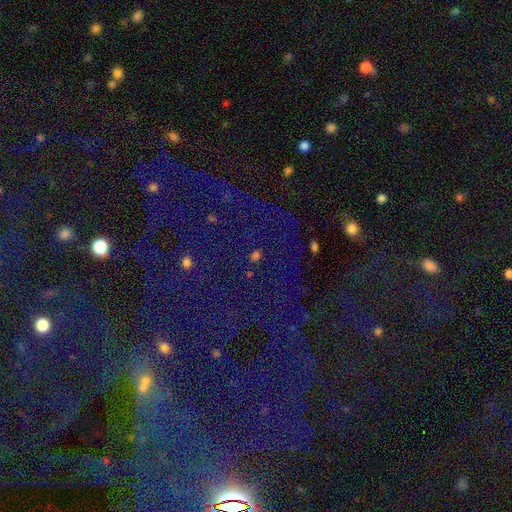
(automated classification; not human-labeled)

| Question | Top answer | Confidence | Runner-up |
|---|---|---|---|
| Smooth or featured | star or artifact | 64% | smooth (26%) |